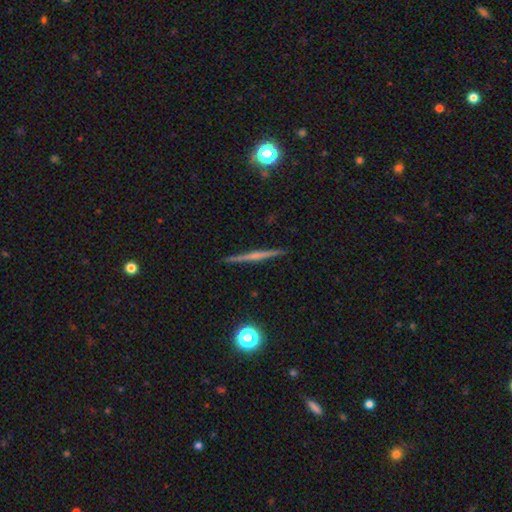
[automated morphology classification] This is likely a featured or disk galaxy (66%). It is clearly viewed edge-on (98%). Edge-on bulge: possibly rounded (45%). Merging: clearly none (92%).